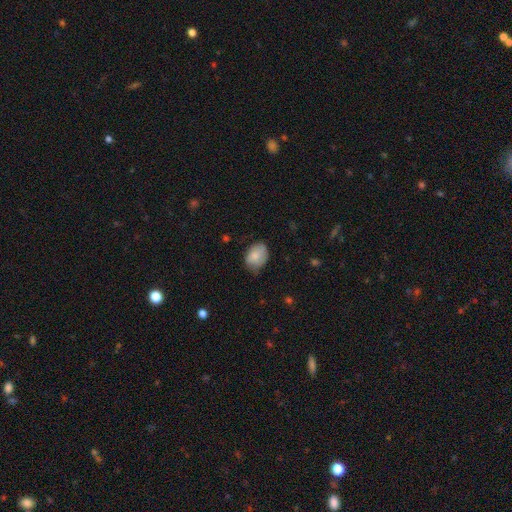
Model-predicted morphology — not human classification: A smooth galaxy with no disk features (82%) that is in between round and cigar-shaped (75%).

Vote fractions:
- Smooth or featured? smooth: 82% / featured or disk: 11% / star or artifact: 7%
- How rounded? in between: 75% / round: 24% / cigar-shaped: 1%
- Merging? none: 59% / minor disturbance: 33% / major disturbance: 7% / merger: 1%